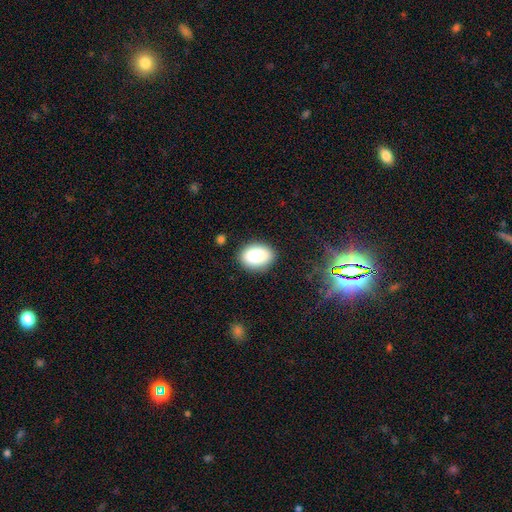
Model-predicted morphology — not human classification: The model was most divided on "how rounded": in between: 81%, round: 18%, cigar-shaped: 1%. More confident: smooth or featured — smooth (85%); merging — none (85%).